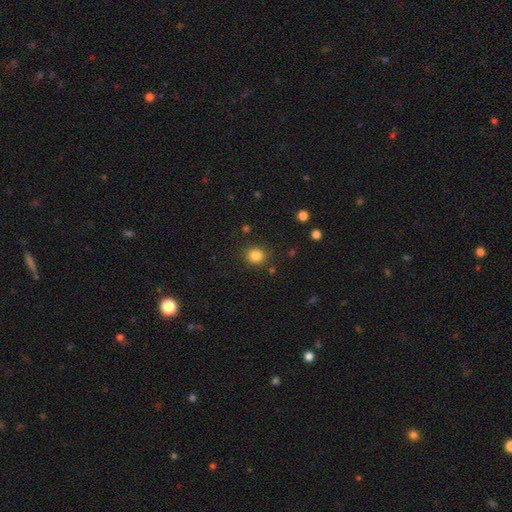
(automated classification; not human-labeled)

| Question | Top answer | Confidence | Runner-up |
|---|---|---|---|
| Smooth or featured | smooth | 84% | star or artifact (12%) |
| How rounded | round | 81% | in between (18%) |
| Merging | none | 86% | minor disturbance (9%) |